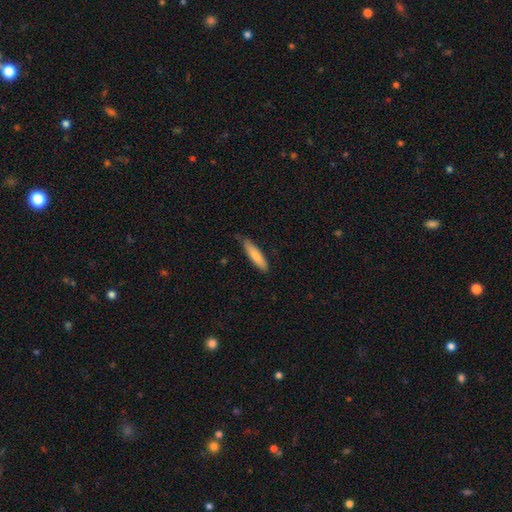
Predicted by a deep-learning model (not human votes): A smooth galaxy with no disk features (82%) that is cigar-shaped (79%). Merging: none (75%).